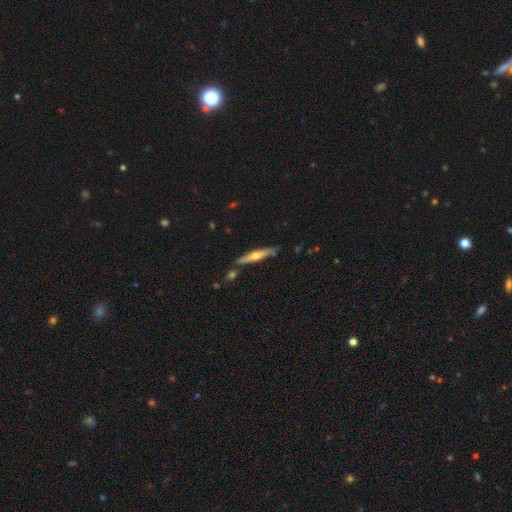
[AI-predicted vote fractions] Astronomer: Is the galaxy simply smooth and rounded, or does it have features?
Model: featured or disk — 49% (runner-up: smooth, 45%).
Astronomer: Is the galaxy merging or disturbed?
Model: none — 80%.